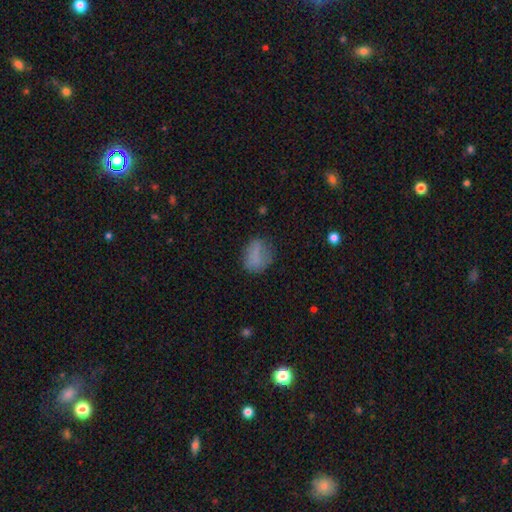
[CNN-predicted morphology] Smooth or featured? smooth (77%)
How rounded? in between (53%)
Merging? none (67%)